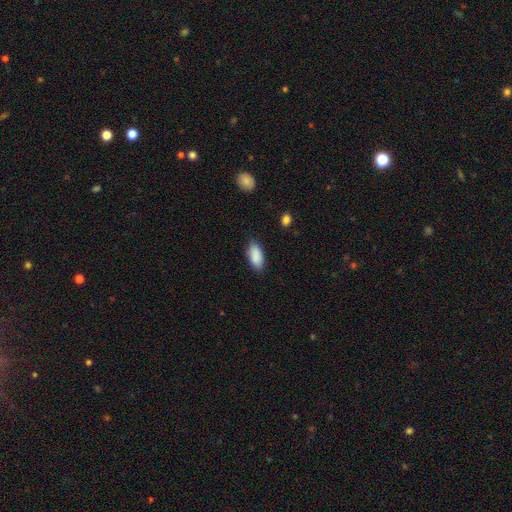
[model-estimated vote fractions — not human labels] The model was most divided on "merging": none: 85%, minor disturbance: 12%, major disturbance: 3%, merger: 1%. More confident: how rounded — in between (91%); smooth or featured — smooth (90%).